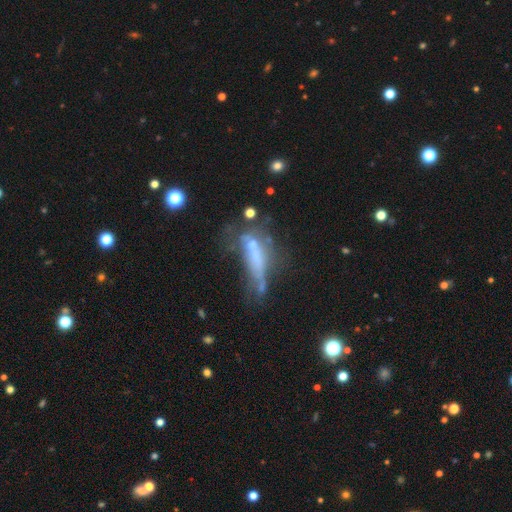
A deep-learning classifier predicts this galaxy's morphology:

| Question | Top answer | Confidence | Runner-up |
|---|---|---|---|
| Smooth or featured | featured or disk | 49% | smooth (36%) |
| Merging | major disturbance | 36% | none (25%) |